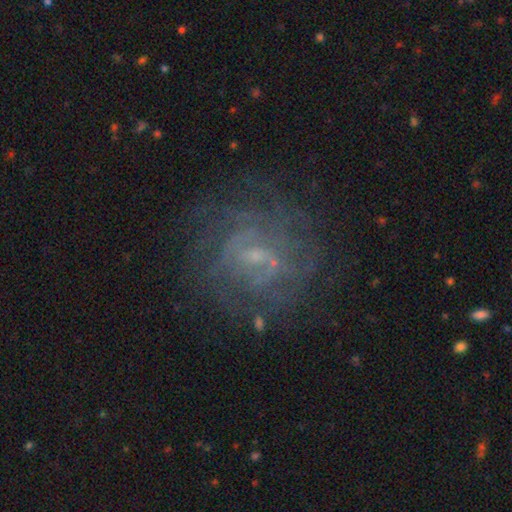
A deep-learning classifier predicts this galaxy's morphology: Smooth or featured: featured or disk — 69% (star or artifact — 16%)
Edge-on disk: no — 97% (yes — 3%)
Bar: weak — 50% (no — 38%)
Spiral arms: yes — 72% (no — 28%)
Bulge size: small — 68% (moderate — 15%)
Merging: none — 74% (minor disturbance — 13%)